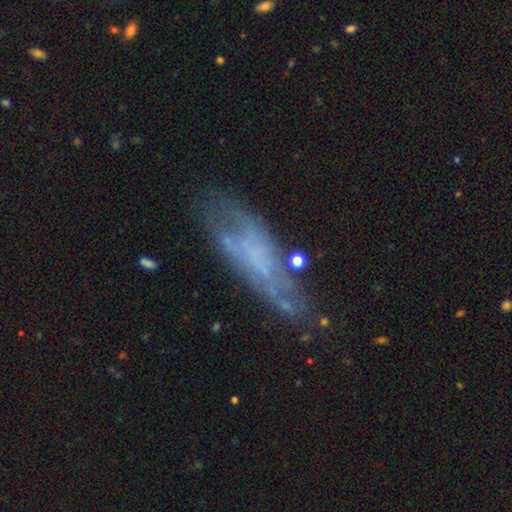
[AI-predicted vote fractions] Morphology: type=featured or disk (58%); edge-on=no (73%); merging=none (57%).